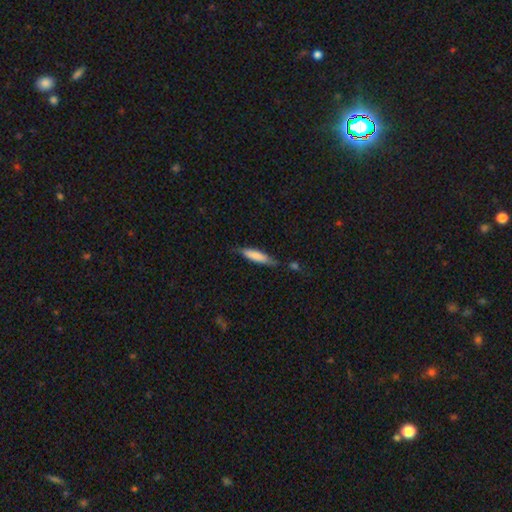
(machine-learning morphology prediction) A smooth galaxy with no disk features (78%) that is cigar-shaped (76%). Merging: none (69%).